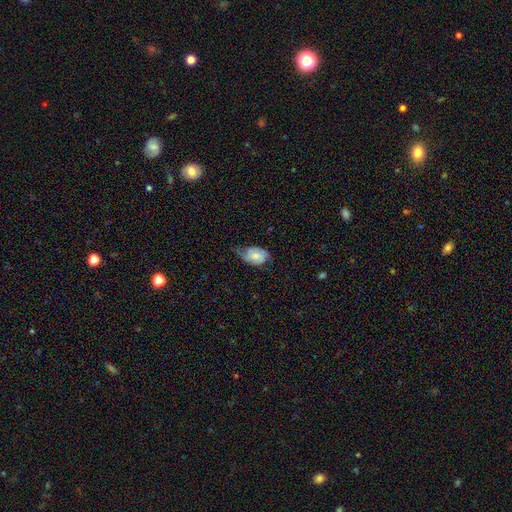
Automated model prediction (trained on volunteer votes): The model was most divided on "merging": none: 40%, minor disturbance: 39%, major disturbance: 19%, merger: 2%. More confident: edge-on disk — no (96%); smooth or featured — featured or disk (52%).